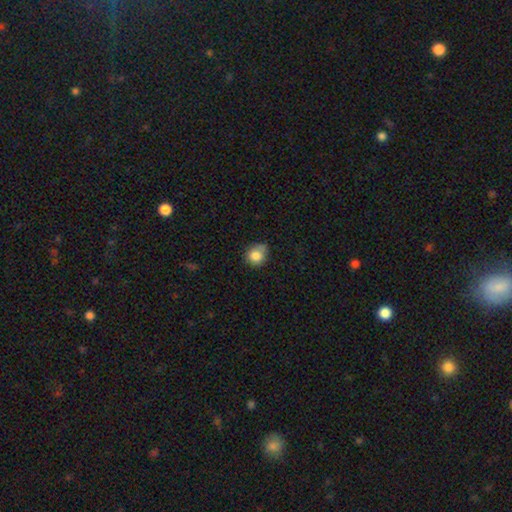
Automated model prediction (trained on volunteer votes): The model was most divided on "merging": none: 58%, minor disturbance: 31%, major disturbance: 6%, merger: 4%. More confident: smooth or featured — smooth (83%); how rounded — round (80%).